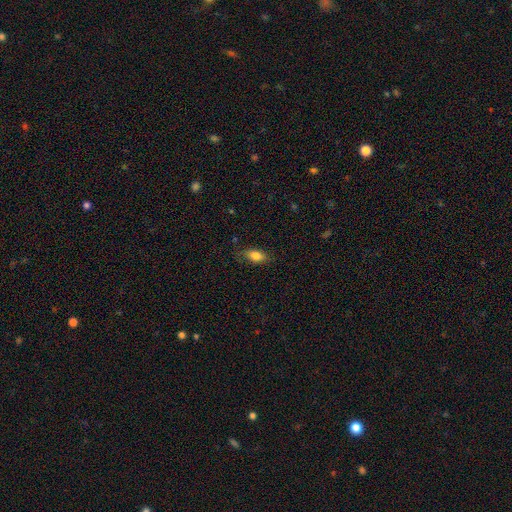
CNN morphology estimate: Smooth or featured: smooth — 82% (featured or disk — 10%)
How rounded: in between — 86% (cigar-shaped — 7%)
Merging: none — 77% (minor disturbance — 17%)